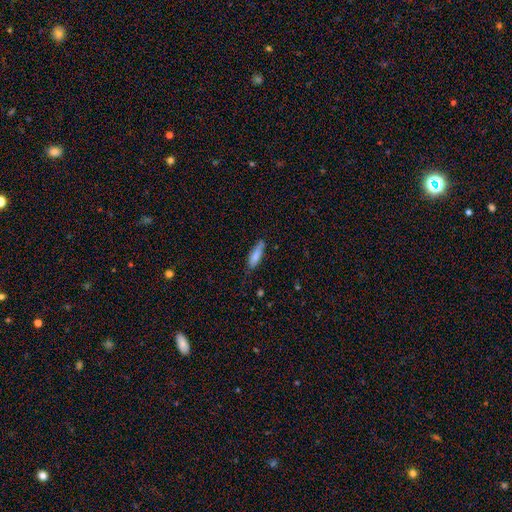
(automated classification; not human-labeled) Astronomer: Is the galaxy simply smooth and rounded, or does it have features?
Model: smooth — 81%.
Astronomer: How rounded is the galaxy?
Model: cigar-shaped — 54% (runner-up: in between, 44%).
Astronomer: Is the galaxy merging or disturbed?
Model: none — 70%.